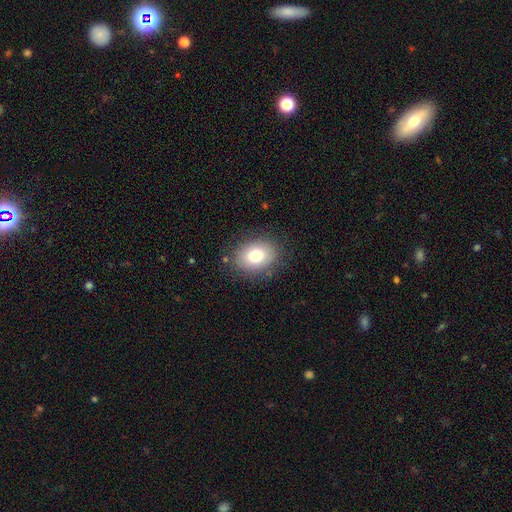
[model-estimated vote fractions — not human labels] smooth 78%, featured or disk 13%, star or artifact 9%. Down the decision tree: how rounded — in between (68%); merging — none (83%).